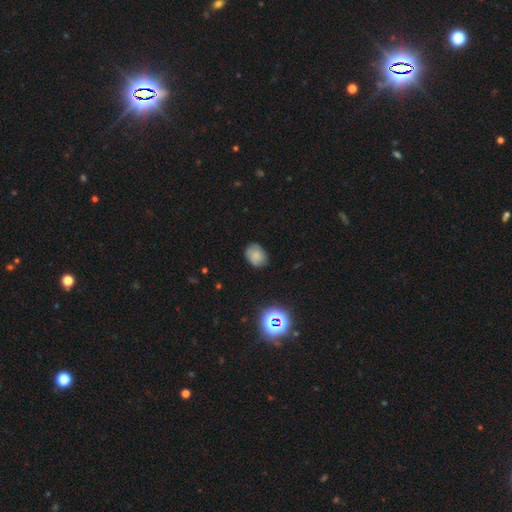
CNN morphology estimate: Smooth or featured? smooth (76%)
How rounded? in between (54%)
Merging? none (77%)